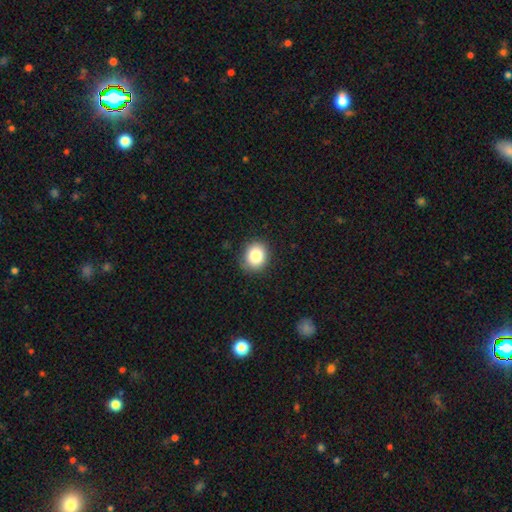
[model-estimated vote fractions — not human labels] Overall: smooth (83%). How rounded: round (74%). Merging: none (86%).